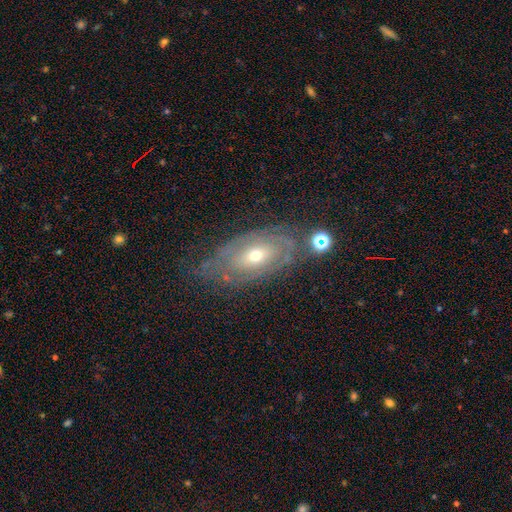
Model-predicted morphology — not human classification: type=featured or disk (70%); edge-on=no (90%); bar=no (76%); spiral arms=yes (70%); bulge=small (52%); merging=none (62%).